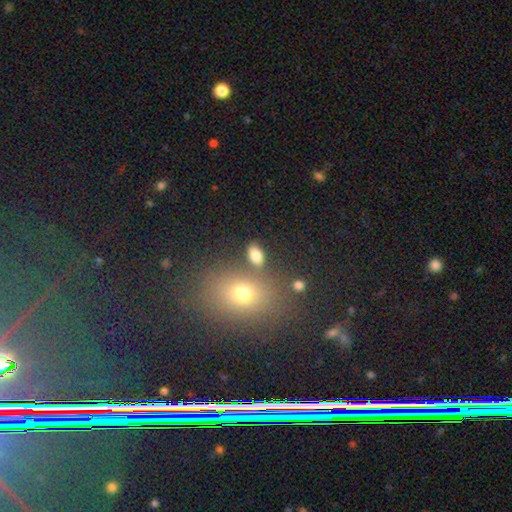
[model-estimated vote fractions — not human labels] smooth-or-featured: smooth: 80% | star or artifact: 11% | featured or disk: 9%
  how-rounded: in between: 86% | round: 12% | cigar-shaped: 2%
  merging: none: 74% | minor disturbance: 11% | merger: 11% | major disturbance: 5%